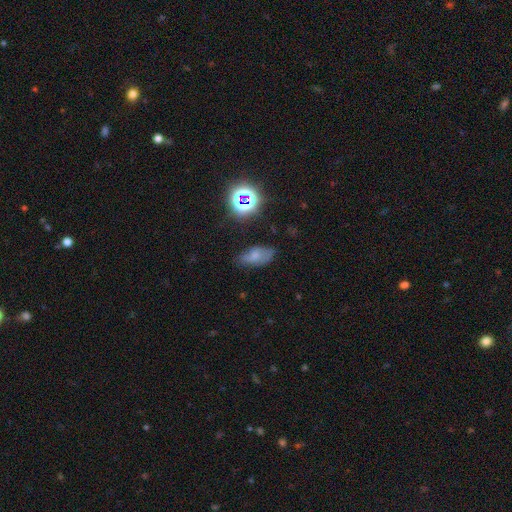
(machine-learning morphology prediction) This appears to be a smooth galaxy with no disk features (59%) that is in between round and cigar-shaped (89%). Merging: none (61%).